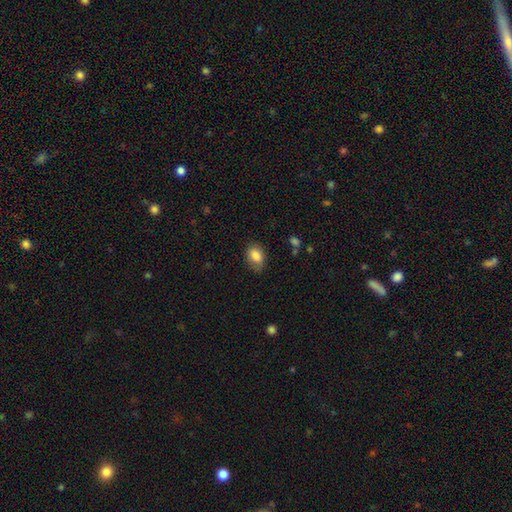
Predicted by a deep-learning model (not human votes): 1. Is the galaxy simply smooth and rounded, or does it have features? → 84% smooth, 8% featured or disk, 8% star or artifact.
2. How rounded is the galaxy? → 80% in between, 19% round, 1% cigar-shaped.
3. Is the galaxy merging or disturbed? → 76% none, 18% minor disturbance, 4% major disturbance, 1% merger.